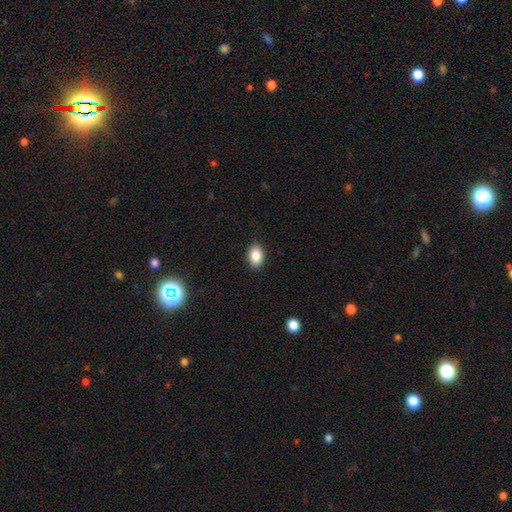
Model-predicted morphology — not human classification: smooth_or_featured: smooth (p=0.87) [alt: star or artifact p=0.08]
how_rounded: in between (p=0.80) [alt: round p=0.18]
merging: none (p=0.89) [alt: minor disturbance p=0.08]